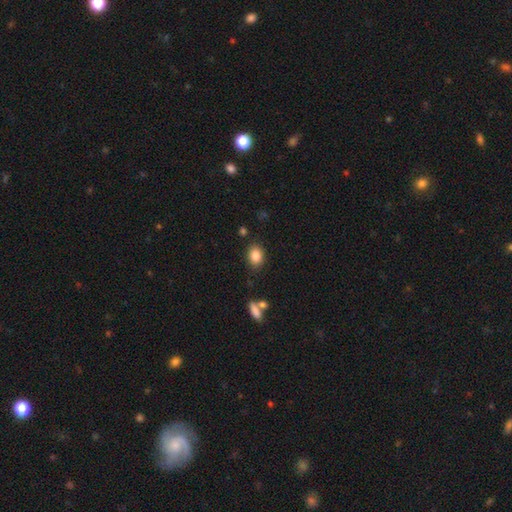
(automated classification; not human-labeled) A smooth galaxy with no disk features (85%) that is in between round and cigar-shaped (65%). Merging: none (82%).